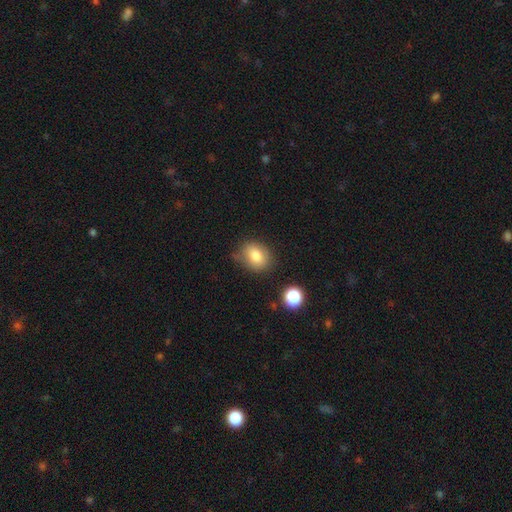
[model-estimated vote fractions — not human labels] Smooth or featured: smooth — 80% (star or artifact — 10%)
How rounded: in between — 53% (round — 46%)
Merging: none — 68% (minor disturbance — 23%)